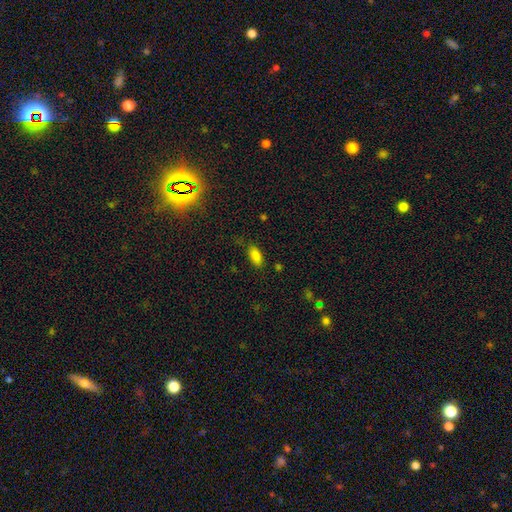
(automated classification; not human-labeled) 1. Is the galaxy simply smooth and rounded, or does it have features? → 84% smooth, 11% star or artifact, 5% featured or disk.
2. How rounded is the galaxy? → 90% in between, 7% cigar-shaped, 3% round.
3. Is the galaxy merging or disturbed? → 78% none, 16% minor disturbance, 4% major disturbance, 2% merger.